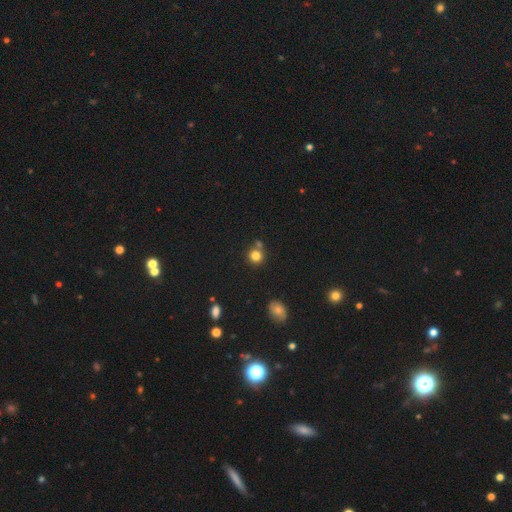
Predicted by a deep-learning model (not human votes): A smooth galaxy with no disk features (80%) that is round (90%).

Vote fractions:
- Smooth or featured? smooth: 80% / star or artifact: 13% / featured or disk: 7%
- How rounded? round: 90% / in between: 9% / cigar-shaped: 1%
- Merging? none: 69% / merger: 19% / minor disturbance: 9% / major disturbance: 3%